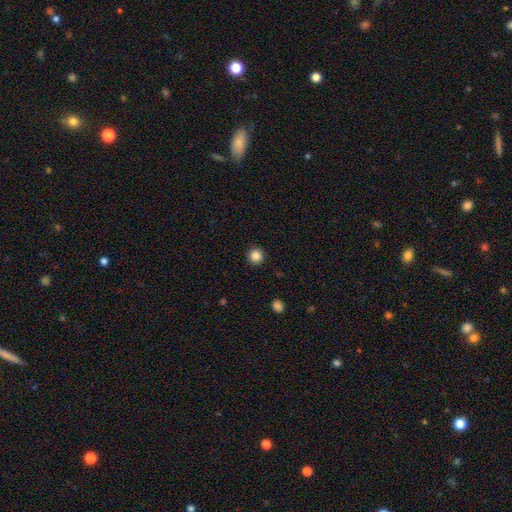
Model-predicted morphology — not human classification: The model was most divided on "smooth or featured": smooth: 85%, star or artifact: 11%, featured or disk: 4%. More confident: how rounded — round (95%); merging — none (93%).